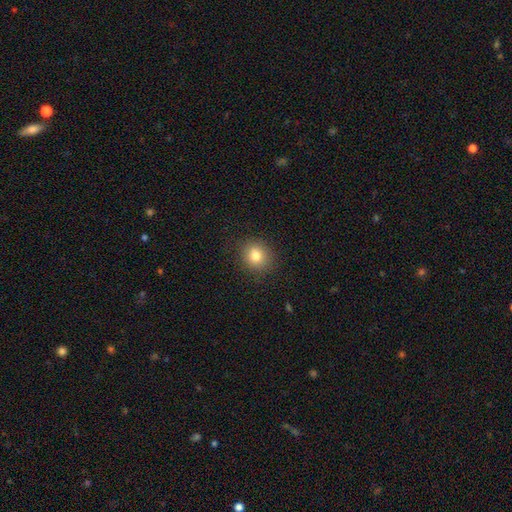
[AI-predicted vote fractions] Overall: smooth (81%). How rounded: round (80%). Merging: none (88%).